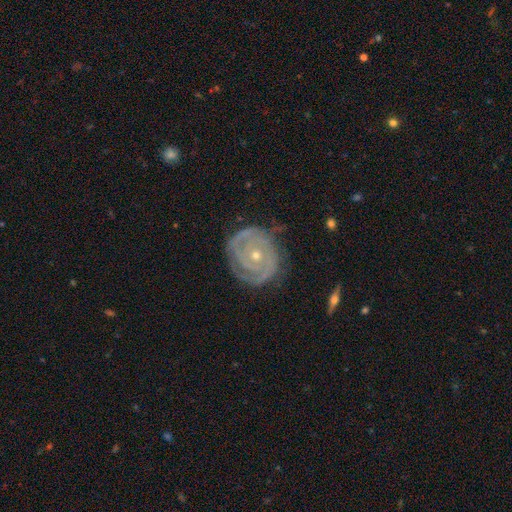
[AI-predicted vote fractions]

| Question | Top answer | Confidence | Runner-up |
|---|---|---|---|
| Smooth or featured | featured or disk | 89% | smooth (6%) |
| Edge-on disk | no | 97% | yes (3%) |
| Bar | no | 78% | weak (16%) |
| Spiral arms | yes | 96% | no (4%) |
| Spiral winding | tight | 81% | medium (16%) |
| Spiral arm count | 2 | 47% | 3 (20%) |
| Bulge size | small | 60% | moderate (38%) |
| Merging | none | 76% | minor disturbance (17%) |